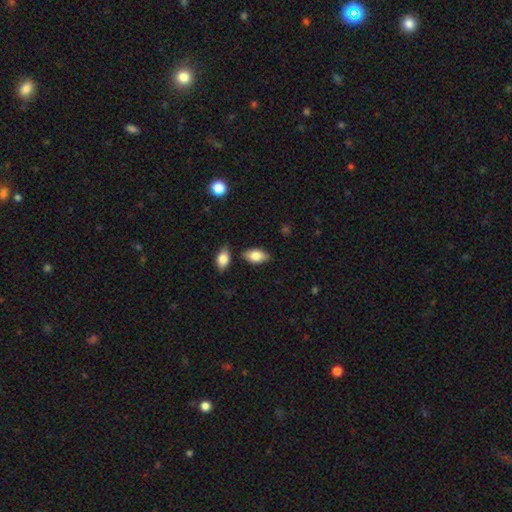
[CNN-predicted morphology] Smooth or featured? Predicted: smooth (p=0.82). How rounded? Predicted: in between (p=0.92). Merging? Predicted: none (p=0.79).